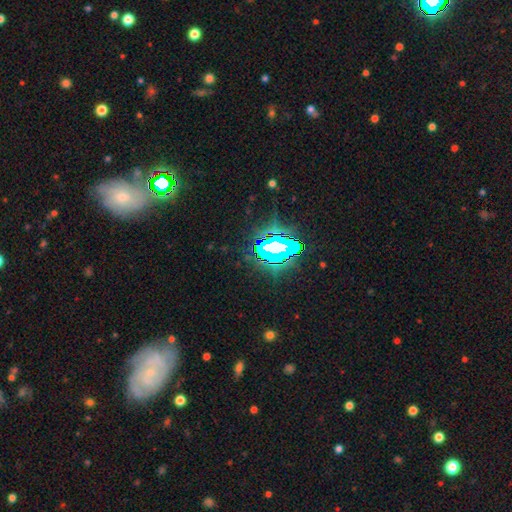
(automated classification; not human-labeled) smooth-or-featured: star or artifact: 69% | featured or disk: 17% | smooth: 14%